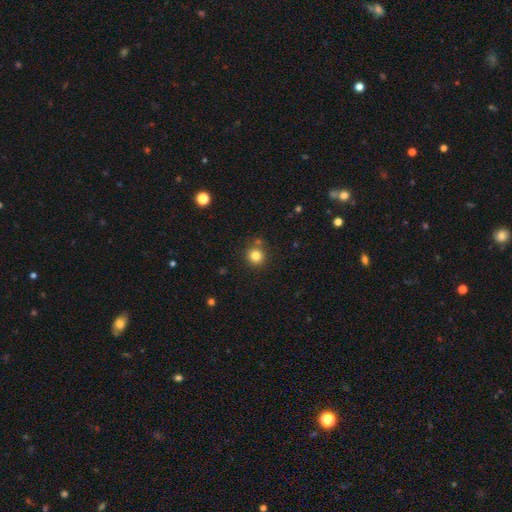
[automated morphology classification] This appears to be a smooth galaxy with no disk features (82%) that is round (93%). Merging: none (83%).